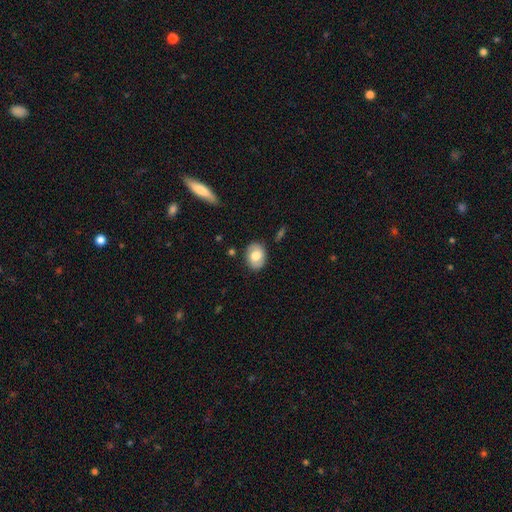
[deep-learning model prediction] A smooth galaxy with no disk features (68%) that is in between round and cigar-shaped (64%).

Vote fractions:
- Smooth or featured? smooth: 68% / featured or disk: 25% / star or artifact: 7%
- How rounded? in between: 64% / round: 35% / cigar-shaped: 1%
- Merging? none: 83% / minor disturbance: 12% / major disturbance: 3% / merger: 2%